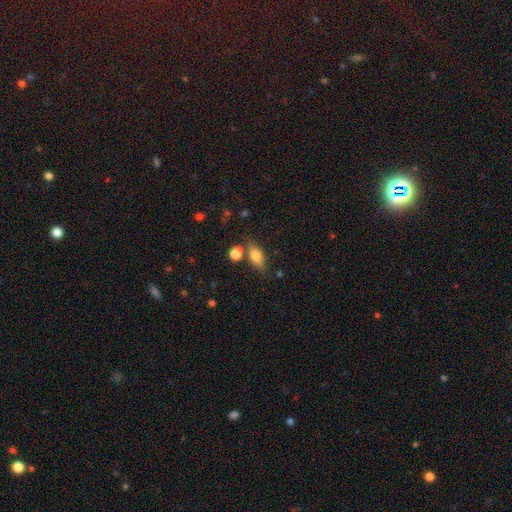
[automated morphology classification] Smooth or featured? smooth (68%)
How rounded? in between (73%)
Merging? none (68%)